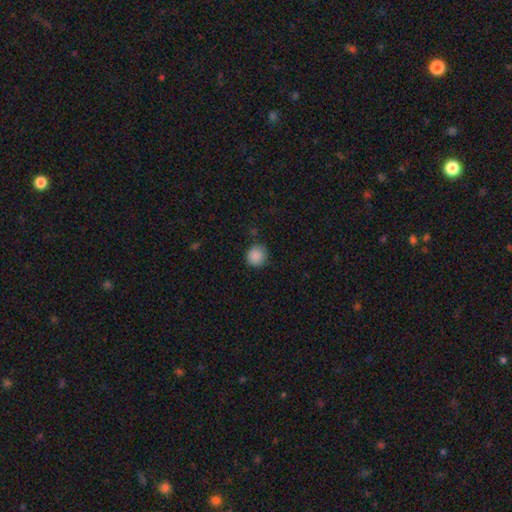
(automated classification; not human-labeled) smooth 88%, star or artifact 9%, featured or disk 3%. Down the decision tree: how rounded — round (92%); merging — none (84%).